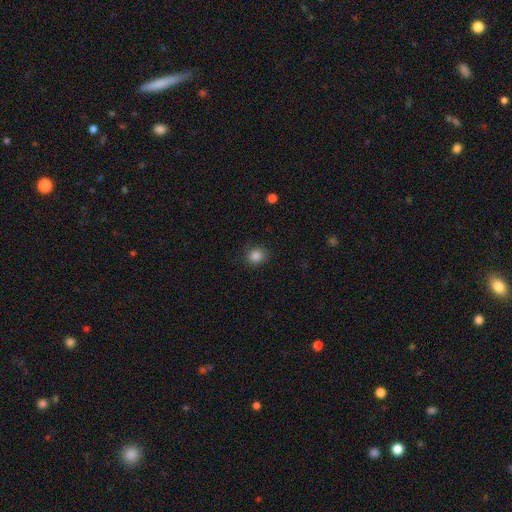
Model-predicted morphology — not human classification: smooth-or-featured: smooth: 84% | star or artifact: 11% | featured or disk: 4%
  how-rounded: round: 80% | in between: 19% | cigar-shaped: 1%
  merging: none: 87% | minor disturbance: 9% | major disturbance: 3% | merger: 1%